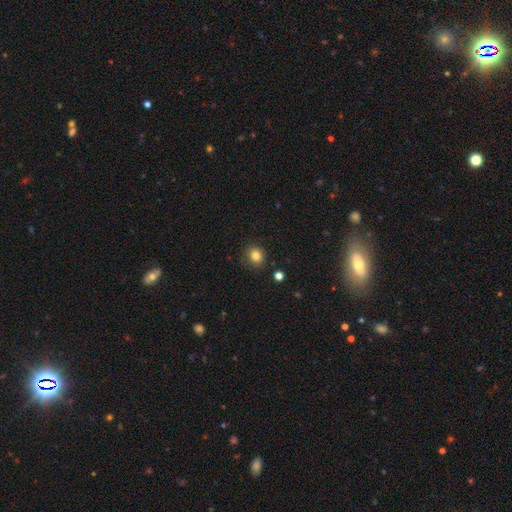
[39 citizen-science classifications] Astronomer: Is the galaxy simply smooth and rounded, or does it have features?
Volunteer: smooth — 90%.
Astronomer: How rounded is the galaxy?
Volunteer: round — 86%.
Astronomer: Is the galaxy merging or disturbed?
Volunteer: none — 100%.